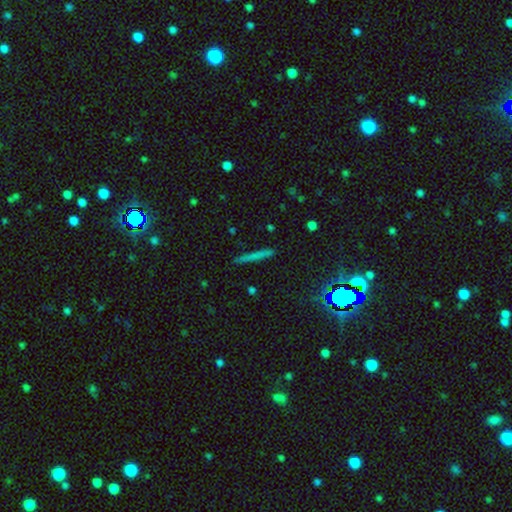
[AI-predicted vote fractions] Morphology: type=smooth (56%); roundness=cigar-shaped (92%); merging=none (89%).